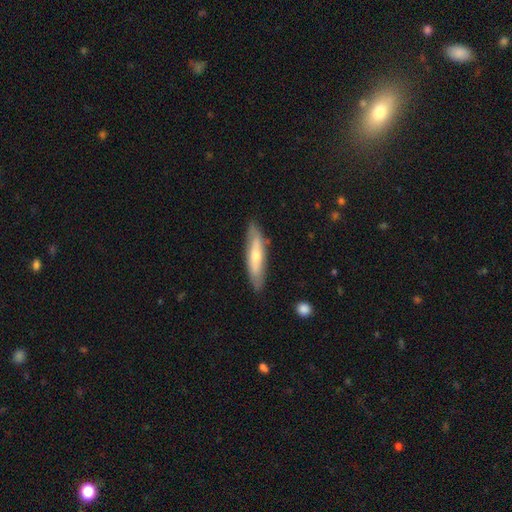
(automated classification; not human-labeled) smooth 53%, featured or disk 41%, star or artifact 6%. Down the decision tree: how rounded — cigar-shaped (74%); merging — none (83%).